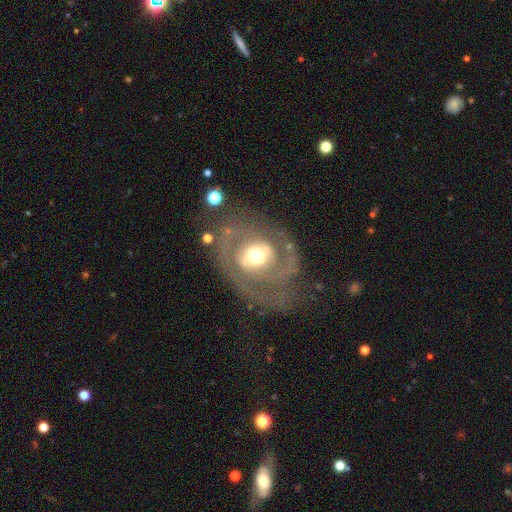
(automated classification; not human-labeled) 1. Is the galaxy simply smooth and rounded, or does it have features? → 74% featured or disk, 19% smooth, 6% star or artifact.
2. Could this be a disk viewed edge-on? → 96% no, 4% yes.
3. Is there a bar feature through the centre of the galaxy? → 53% no, 30% weak, 17% strong.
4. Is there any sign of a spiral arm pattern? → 65% yes, 35% no.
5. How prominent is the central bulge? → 62% moderate, 25% large, 9% small, 3% dominant, 1% none.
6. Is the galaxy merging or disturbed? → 67% none, 15% minor disturbance, 15% major disturbance, 3% merger.